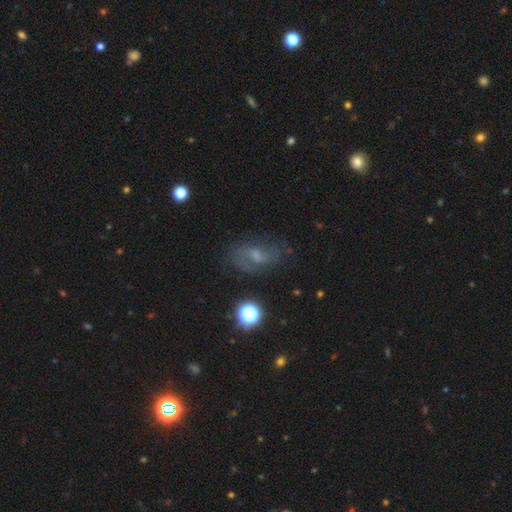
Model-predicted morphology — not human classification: smooth_or_featured: featured or disk (p=0.49) [alt: smooth p=0.33]
merging: none (p=0.66) [alt: minor disturbance p=0.20]